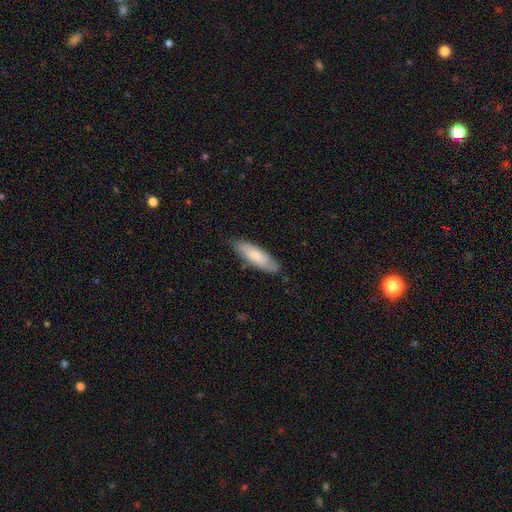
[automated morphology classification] This appears to be a smooth galaxy with no disk features (76%) that is in between round and cigar-shaped (51%). Merging: none (83%).